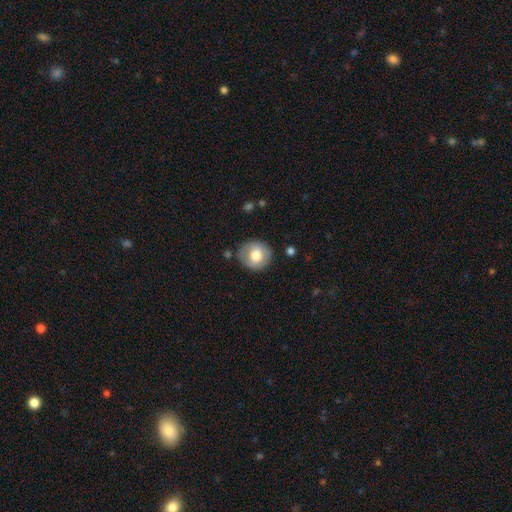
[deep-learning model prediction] A smooth galaxy with no disk features (69%) that is round (85%). Merging: none (82%).